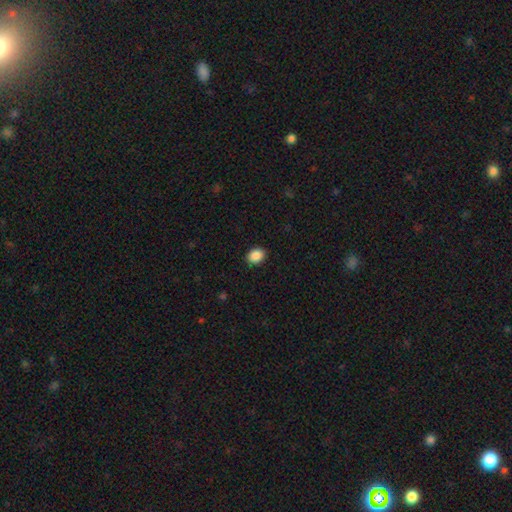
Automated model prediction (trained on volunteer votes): This appears to be a smooth galaxy with no disk features (89%) that is in between round and cigar-shaped (60%). Merging: none (89%).